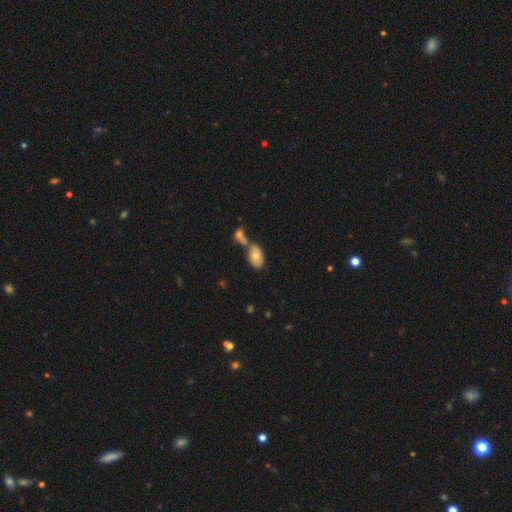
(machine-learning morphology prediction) This is likely a smooth galaxy (75%). How rounded: clearly in between (92%). Merging: possibly merger (49%).